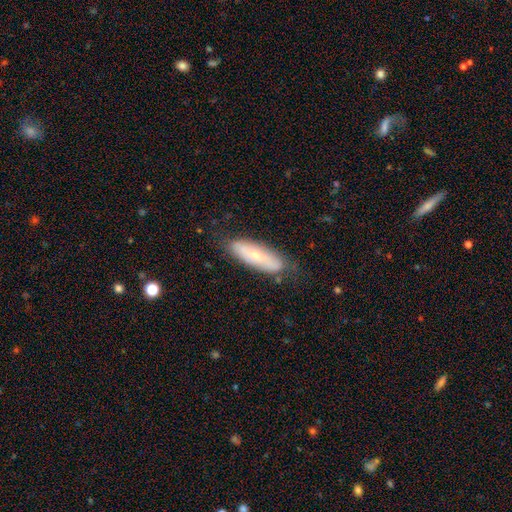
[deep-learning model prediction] A smooth galaxy with no disk features (53%) that is in between round and cigar-shaped (53%).

Vote fractions:
- Smooth or featured? smooth: 53% / featured or disk: 41% / star or artifact: 7%
- How rounded? in between: 53% / cigar-shaped: 45% / round: 2%
- Merging? none: 75% / minor disturbance: 19% / major disturbance: 4% / merger: 2%